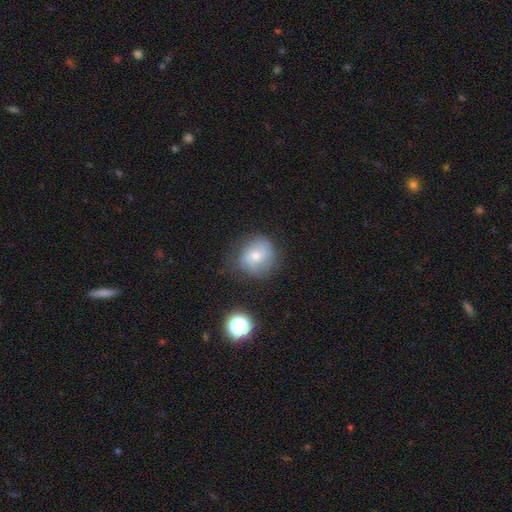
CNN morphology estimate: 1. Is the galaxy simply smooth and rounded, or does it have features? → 60% smooth, 29% featured or disk, 10% star or artifact.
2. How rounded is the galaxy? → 81% round, 18% in between, 1% cigar-shaped.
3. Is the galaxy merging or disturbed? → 68% none, 21% minor disturbance, 8% major disturbance, 3% merger.